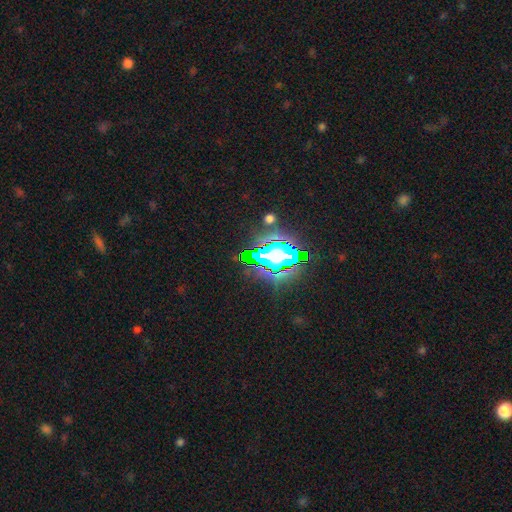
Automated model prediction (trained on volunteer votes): smooth_or_featured: star or artifact (p=0.66) [alt: smooth p=0.21]